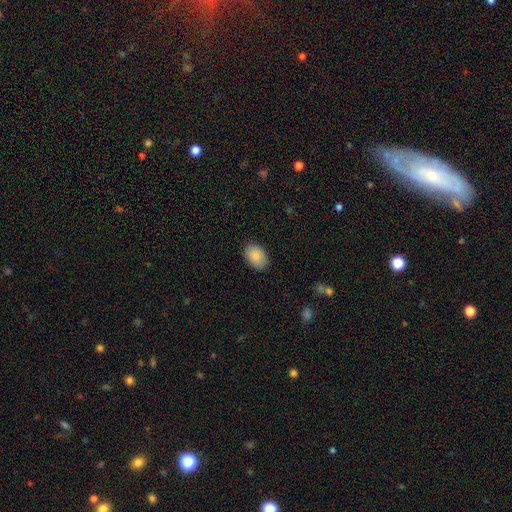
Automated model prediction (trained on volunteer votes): smooth_or_featured: smooth (p=0.86) [alt: featured or disk p=0.07]
how_rounded: in between (p=0.89) [alt: round p=0.09]
merging: none (p=0.88) [alt: minor disturbance p=0.10]